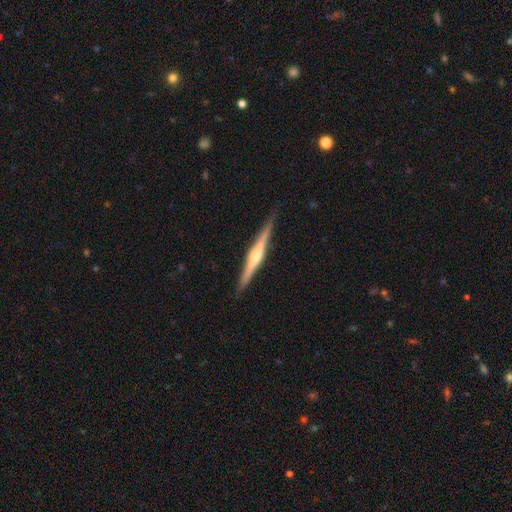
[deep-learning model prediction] Smooth or featured? featured or disk (78%)
Edge-on disk? yes (98%)
Edge-on bulge? rounded (85%)
Merging? none (90%)